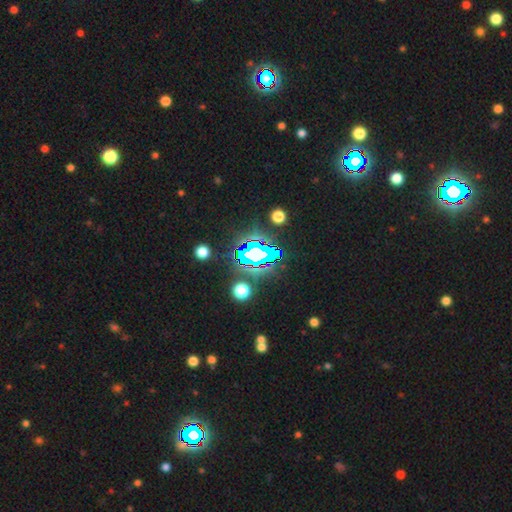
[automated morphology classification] star or artifact 76%, smooth 14%, featured or disk 10%.